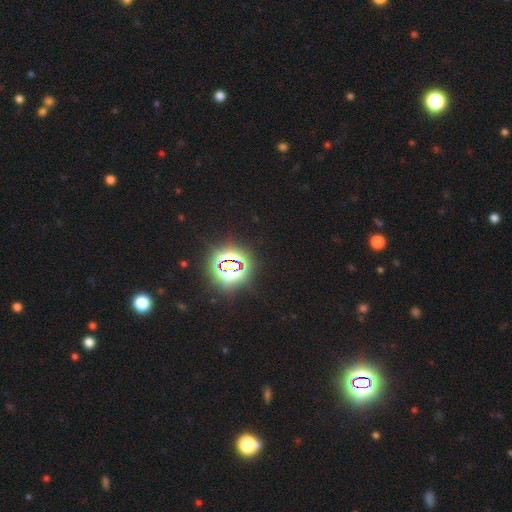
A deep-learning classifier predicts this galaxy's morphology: Smooth or featured? star or artifact (81%)